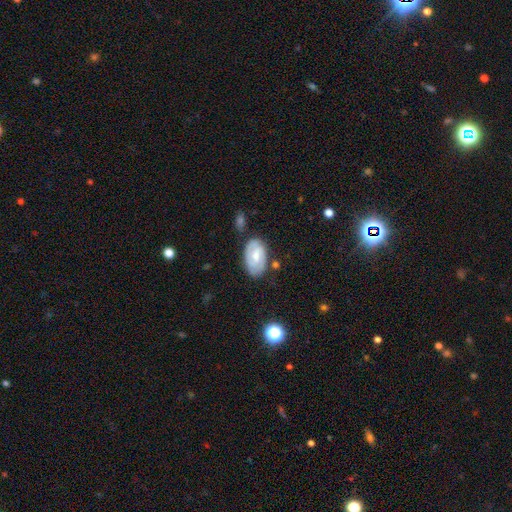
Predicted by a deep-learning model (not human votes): The model was most divided on "bulge size": moderate: 47%, small: 40%, none: 7%, large: 5%, dominant: 1%. More confident: edge-on disk — no (95%); spiral arms — yes (84%); merging — none (72%); smooth or featured — featured or disk (58%); bar — weak (52%).